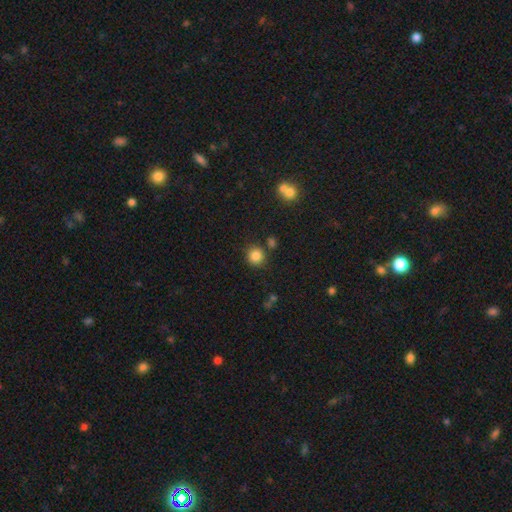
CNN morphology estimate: A smooth galaxy with no disk features (84%) that is round (91%). Merging: none (82%).